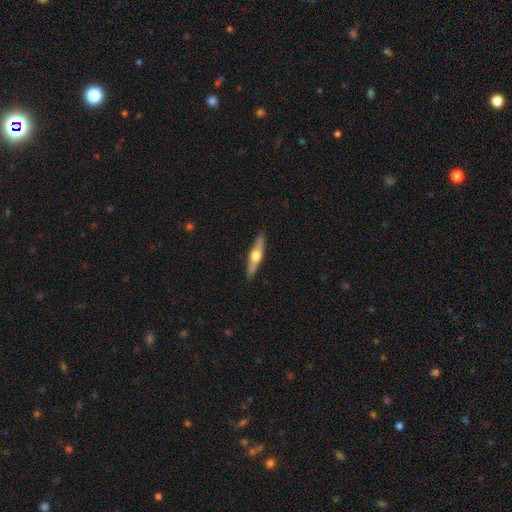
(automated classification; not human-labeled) smooth_or_featured: featured or disk (p=0.59) [alt: smooth p=0.36]
disk_edge_on: yes (p=0.94) [alt: no p=0.06]
edge_on_bulge: rounded (p=0.93) [alt: boxy p=0.04]
merging: none (p=0.90) [alt: minor disturbance p=0.08]